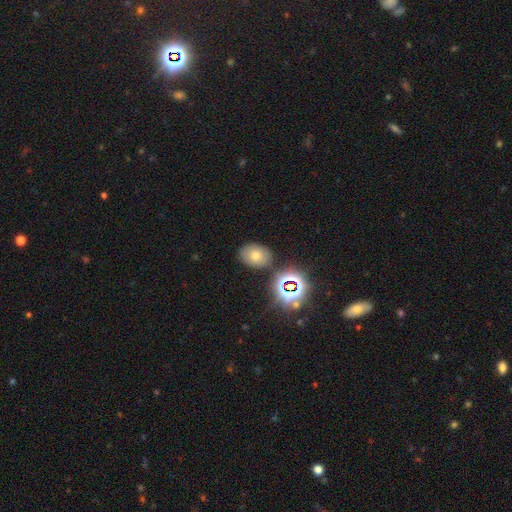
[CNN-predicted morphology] Smooth or featured? smooth (51%)
How rounded? in between (66%)
Merging? none (82%)